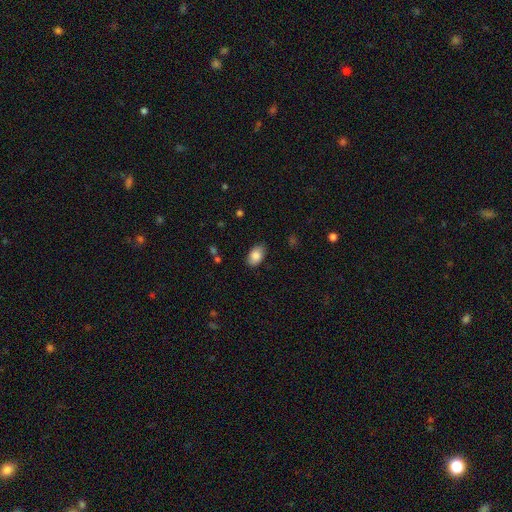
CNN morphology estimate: type=smooth (86%); roundness=in between (90%); merging=none (82%).